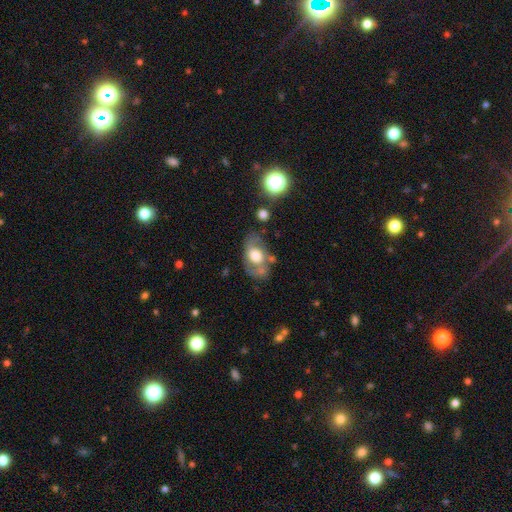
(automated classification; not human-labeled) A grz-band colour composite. It shows a featured or disk galaxy (48%). Merging: none (55%).